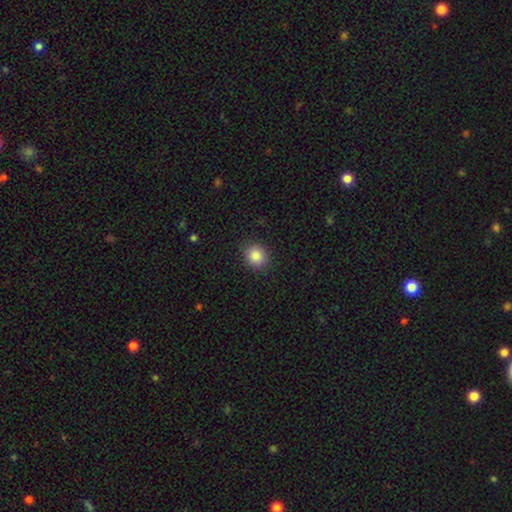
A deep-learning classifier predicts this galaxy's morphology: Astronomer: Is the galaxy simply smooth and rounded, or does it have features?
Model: smooth — 86%.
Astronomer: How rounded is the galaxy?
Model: round — 76%.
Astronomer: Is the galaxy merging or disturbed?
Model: none — 89%.